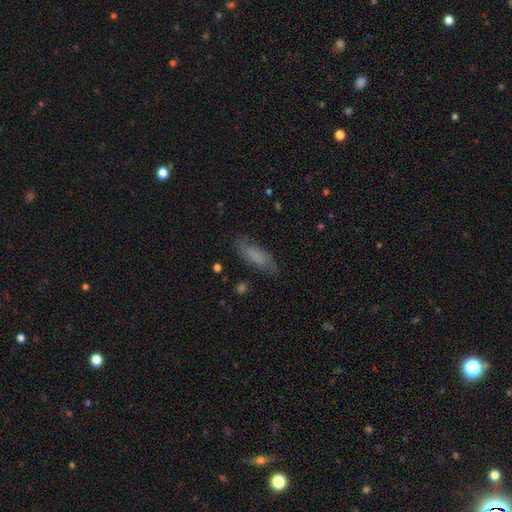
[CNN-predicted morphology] Q: Smooth or featured?
A: smooth (67%); runner-up: featured or disk (25%)
Q: How rounded?
A: in between (58%); runner-up: cigar-shaped (40%)
Q: Merging?
A: none (78%); runner-up: minor disturbance (16%)